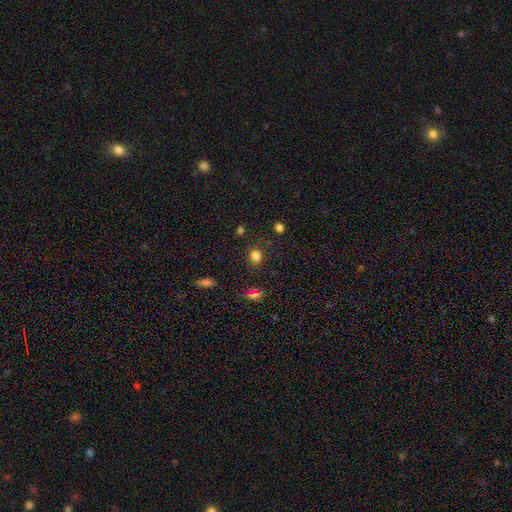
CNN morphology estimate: Smooth or featured: smooth — 80% (star or artifact — 16%)
How rounded: round — 54% (in between — 45%)
Merging: none — 79% (minor disturbance — 13%)